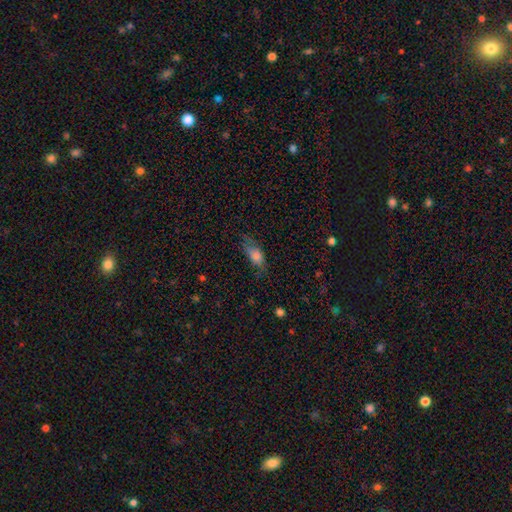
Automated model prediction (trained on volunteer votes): smooth 67%, featured or disk 21%, star or artifact 12%. Down the decision tree: how rounded — in between (74%); merging — none (56%).